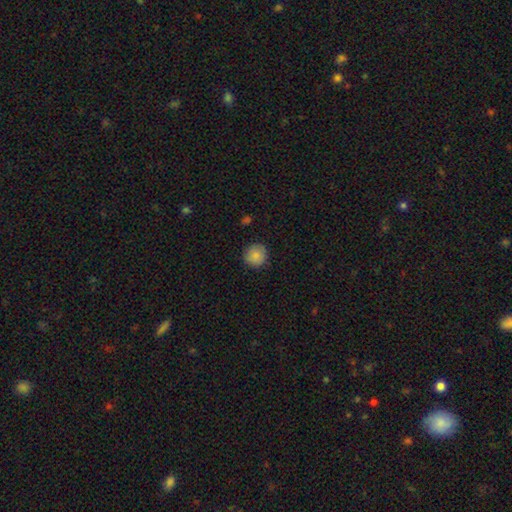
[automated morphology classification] smooth 86%, star or artifact 8%, featured or disk 6%. Down the decision tree: how rounded — round (93%); merging — none (88%).